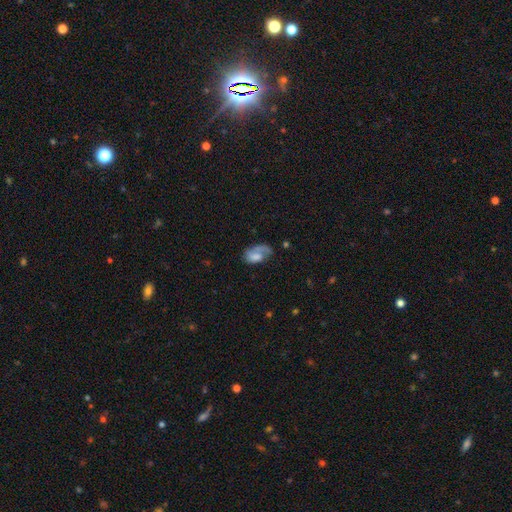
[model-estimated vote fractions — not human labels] The model was most divided on "merging": none: 39%, major disturbance: 31%, minor disturbance: 25%, merger: 5%. More confident: edge-on disk — no (96%); smooth or featured — featured or disk (50%).